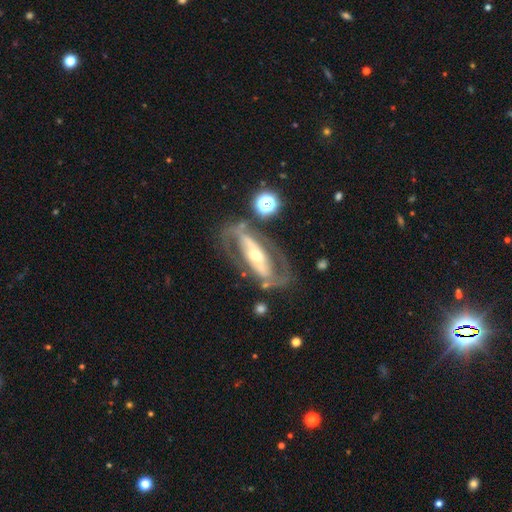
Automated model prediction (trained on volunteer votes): This appears to be a featured or disk galaxy (82%) with a strong bar (55%), 2 (81%) medium (43%) spiral arms (72%) and a moderate central bulge (53%). Merging: none (66%).